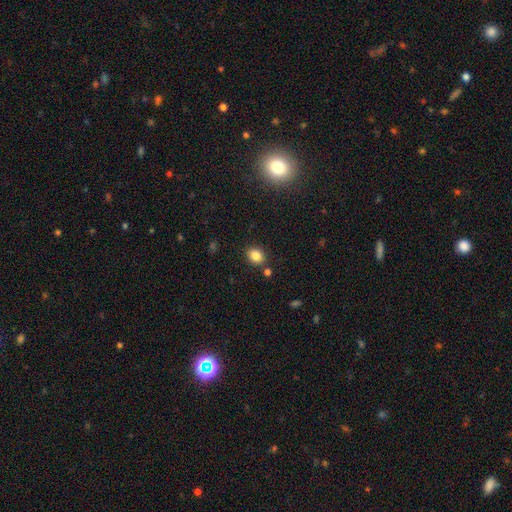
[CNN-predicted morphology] Smooth or featured? smooth (84%)
How rounded? in between (54%)
Merging? none (82%)